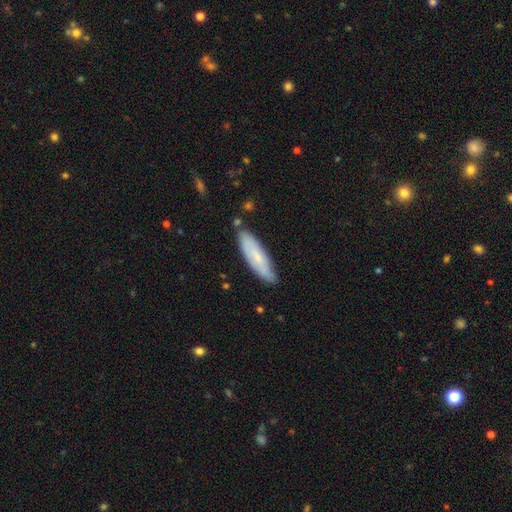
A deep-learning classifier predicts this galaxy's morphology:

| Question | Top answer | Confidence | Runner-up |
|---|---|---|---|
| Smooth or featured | smooth | 62% | featured or disk (32%) |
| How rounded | cigar-shaped | 62% | in between (37%) |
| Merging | none | 79% | minor disturbance (15%) |